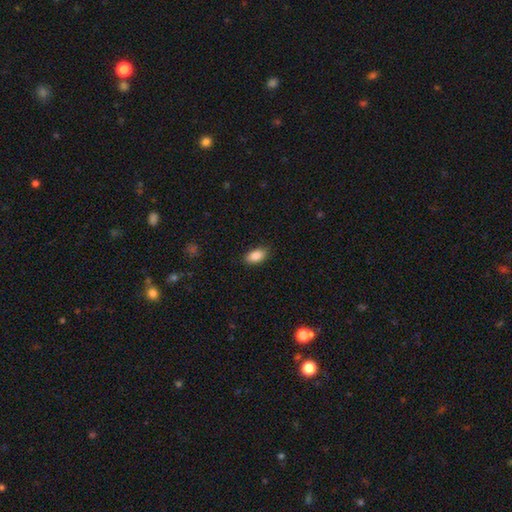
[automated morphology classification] type=smooth (88%); roundness=in between (92%); merging=none (86%).